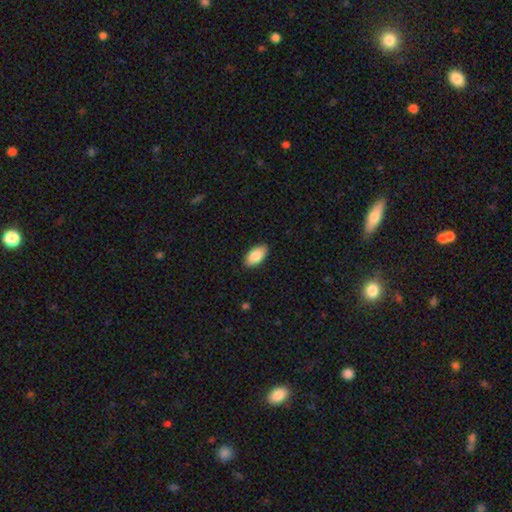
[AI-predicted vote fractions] Smooth or featured: smooth — 86% (featured or disk — 8%)
How rounded: in between — 95% (round — 3%)
Merging: none — 89% (minor disturbance — 9%)